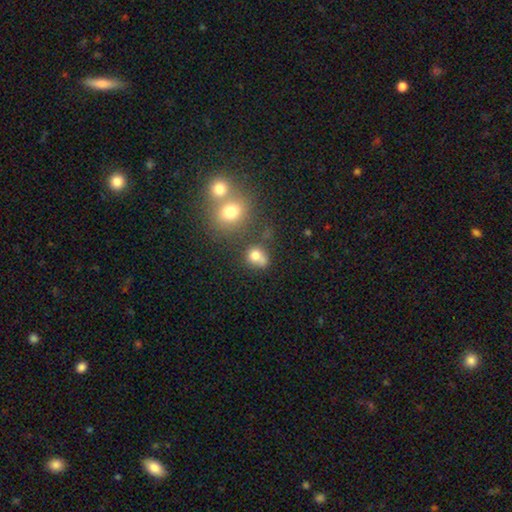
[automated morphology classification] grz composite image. It shows a smooth galaxy with no disk features (76%) that is round (62%). Merging: none (47%).